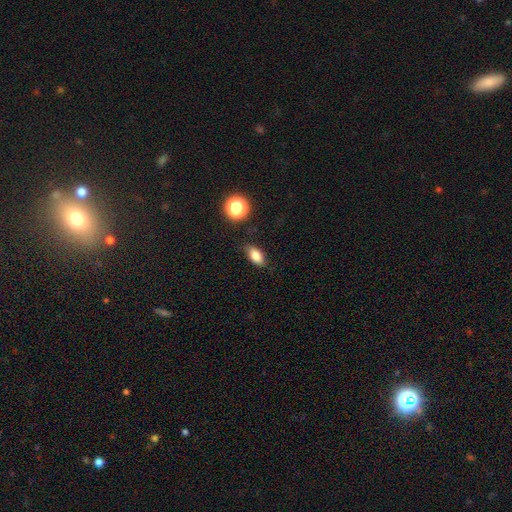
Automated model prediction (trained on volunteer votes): Smooth or featured?
  - smooth: 82% *
  - star or artifact: 10%
  - featured or disk: 8%
How rounded?
  - in between: 84% *
  - cigar-shaped: 8%
  - round: 8%
Merging?
  - none: 77% *
  - minor disturbance: 17%
  - major disturbance: 4%
  - merger: 2%